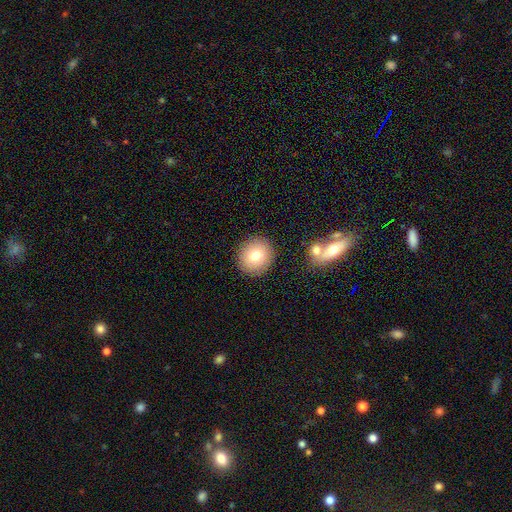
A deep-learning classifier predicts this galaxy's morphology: smooth_or_featured: smooth (p=0.77) [alt: featured or disk p=0.12]
how_rounded: round (p=0.89) [alt: in between p=0.10]
merging: none (p=0.88) [alt: minor disturbance p=0.07]